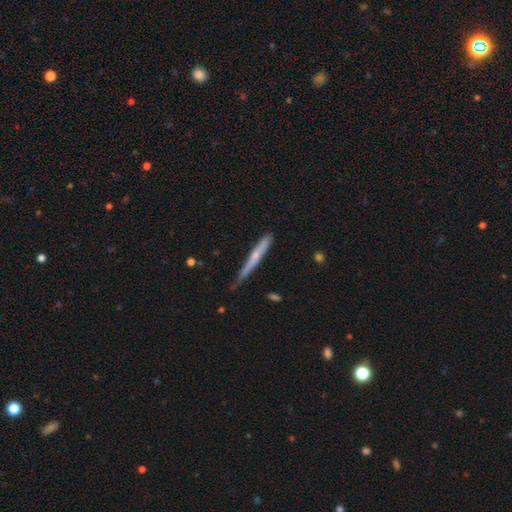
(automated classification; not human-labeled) A smooth galaxy with no disk features (50%) that is cigar-shaped (96%). Merging: none (66%).